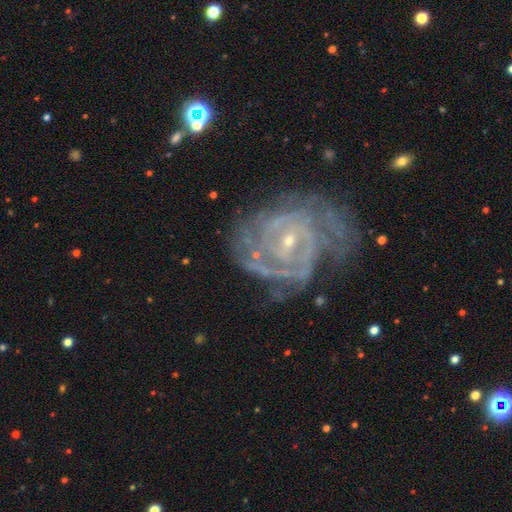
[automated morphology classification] The model was most divided on "spiral arm count": 2: 29%, can't tell: 27%, 3: 21%, 4: 11%, more than 4: 6%, 1: 6%. Remaining: edge-on disk — no (97%); spiral arms — yes (94%); smooth or featured — featured or disk (87%); bulge size — small (72%); spiral winding — tight (63%); merging — none (51%); bar — weak (45%).